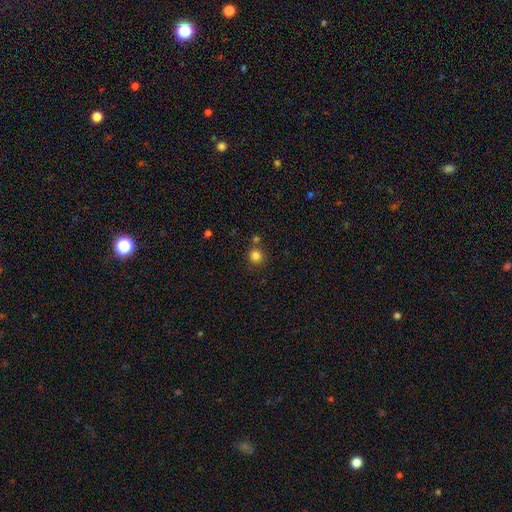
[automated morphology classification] The model was most divided on "merging": none: 75%, merger: 13%, minor disturbance: 9%, major disturbance: 3%. More confident: how rounded — round (92%); smooth or featured — smooth (83%).